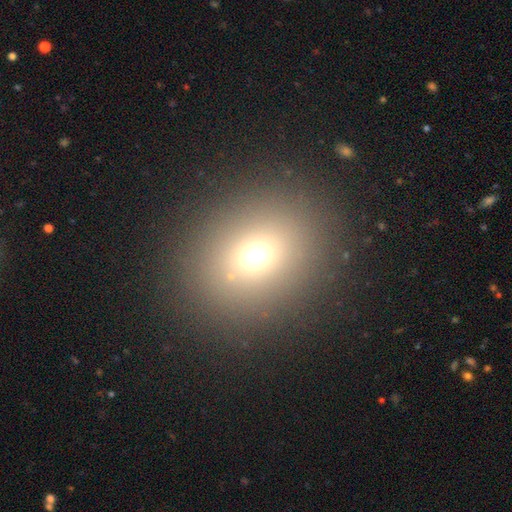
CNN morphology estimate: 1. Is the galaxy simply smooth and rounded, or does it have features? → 67% smooth, 21% star or artifact, 12% featured or disk.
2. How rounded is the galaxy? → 70% round, 29% in between, 1% cigar-shaped.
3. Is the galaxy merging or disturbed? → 87% none, 7% minor disturbance, 4% major disturbance, 2% merger.